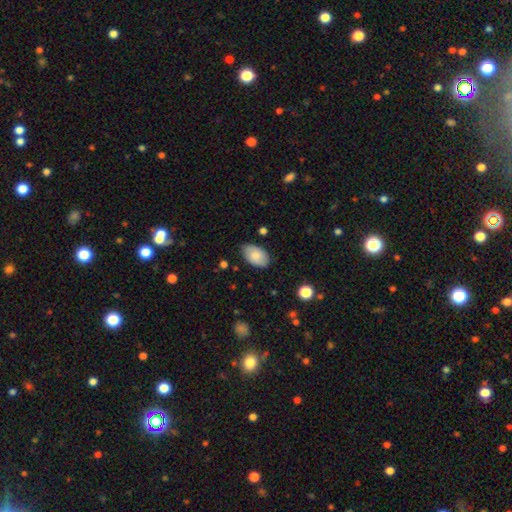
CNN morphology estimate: Smooth or featured?
  - smooth: 81% *
  - featured or disk: 12%
  - star or artifact: 6%
How rounded?
  - in between: 93% *
  - round: 6%
  - cigar-shaped: 1%
Merging?
  - none: 81% *
  - minor disturbance: 15%
  - major disturbance: 3%
  - merger: 1%